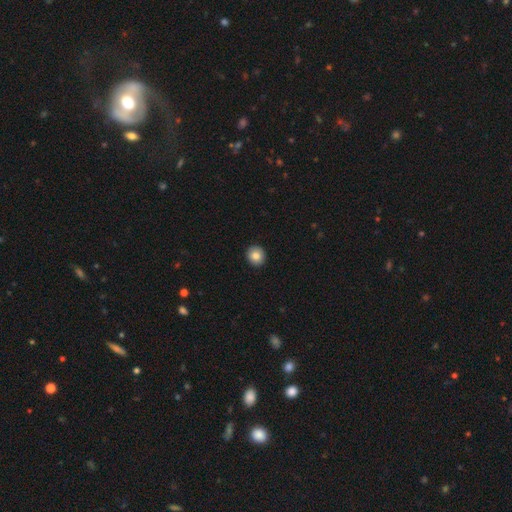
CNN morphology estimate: Smooth or featured? smooth (84%)
How rounded? round (90%)
Merging? none (93%)